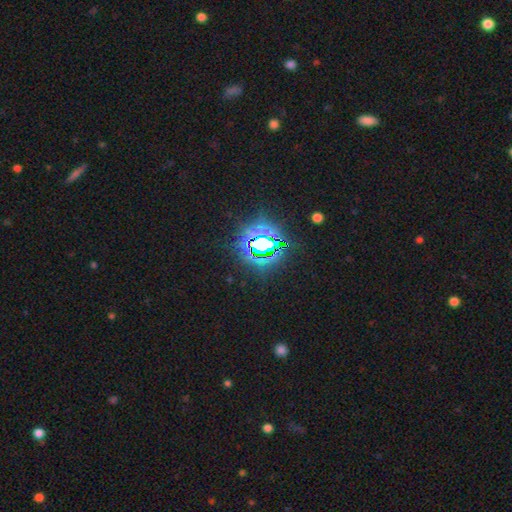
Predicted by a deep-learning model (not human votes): Overall: star or artifact (83%).